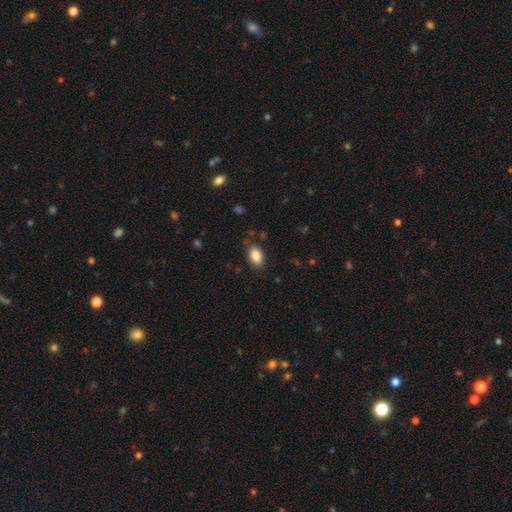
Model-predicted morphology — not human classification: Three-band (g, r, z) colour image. It shows a smooth galaxy with no disk features (86%) that is in between round and cigar-shaped (91%). Merging: none (82%).